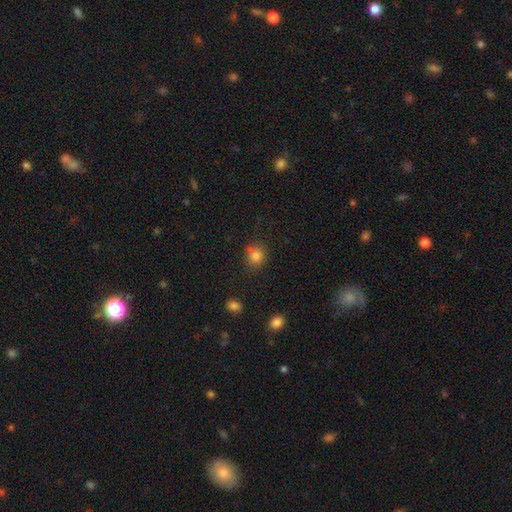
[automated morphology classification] Overall: smooth (81%). How rounded: round (78%). Merging: none (67%).